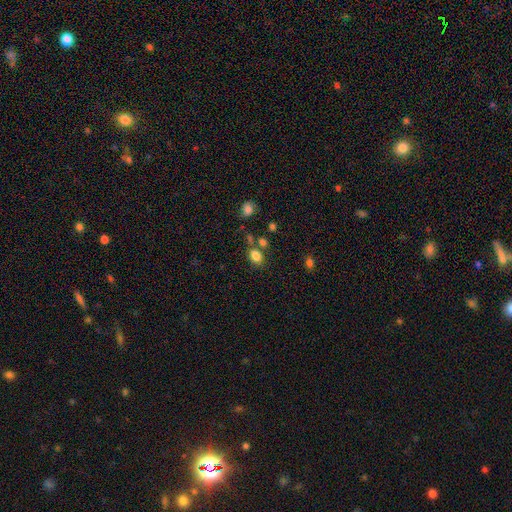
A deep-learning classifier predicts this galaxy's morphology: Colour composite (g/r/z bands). It shows a smooth galaxy with no disk features (83%) that is in between round and cigar-shaped (65%). Merging: none (67%).